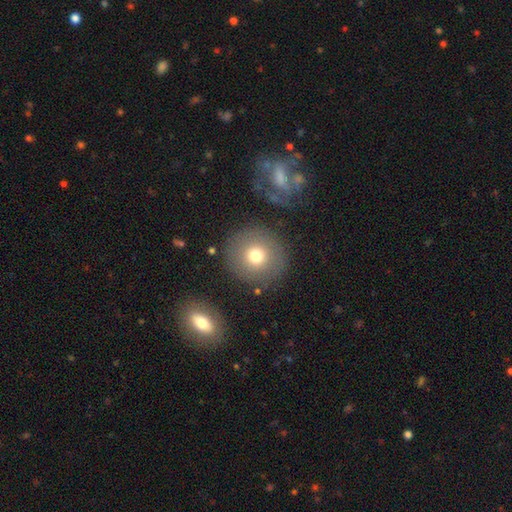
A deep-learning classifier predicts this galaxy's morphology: smooth_or_featured: smooth (p=0.73) [alt: featured or disk p=0.16]
how_rounded: round (p=0.93) [alt: in between p=0.06]
merging: none (p=0.84) [alt: minor disturbance p=0.09]